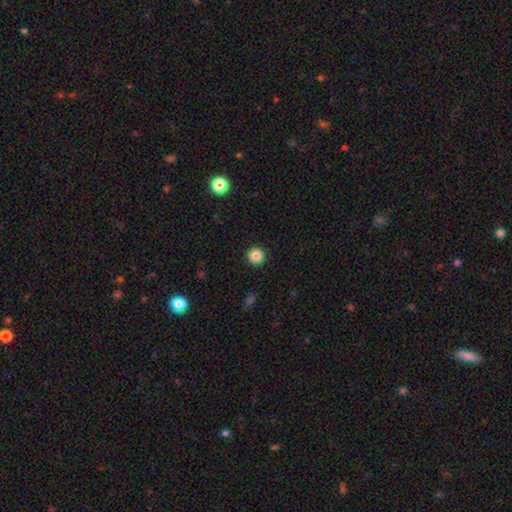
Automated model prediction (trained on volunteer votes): A smooth galaxy with no disk features (85%) that is round (96%).

Vote fractions:
- Smooth or featured? smooth: 85% / star or artifact: 11% / featured or disk: 4%
- How rounded? round: 96% / in between: 3% / cigar-shaped: 1%
- Merging? none: 93% / minor disturbance: 4% / major disturbance: 2% / merger: 1%